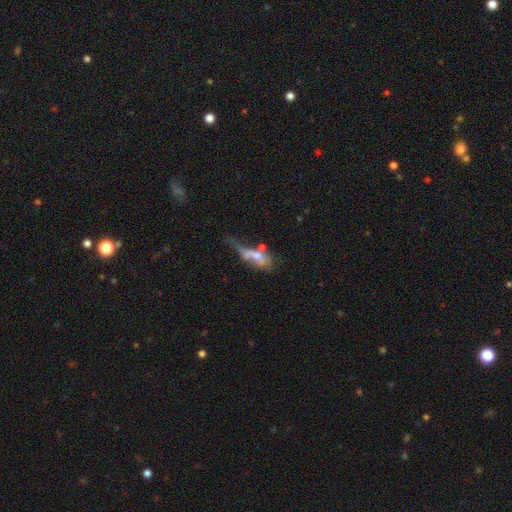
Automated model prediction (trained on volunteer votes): Smooth or featured? Predicted: smooth (p=0.48). Merging? Predicted: major disturbance (p=0.38).